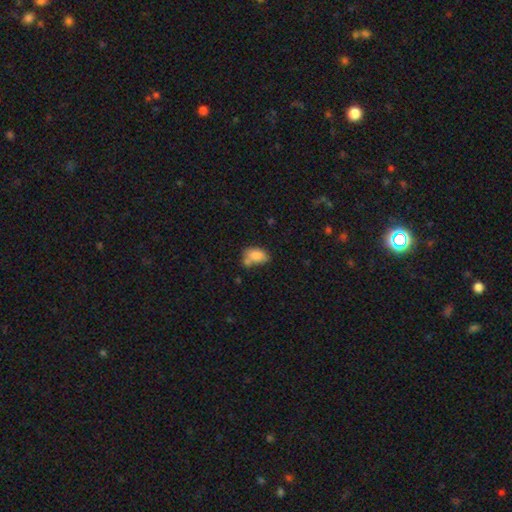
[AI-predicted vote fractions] smooth_or_featured: smooth (p=0.82) [alt: featured or disk p=0.10]
how_rounded: in between (p=0.88) [alt: round p=0.10]
merging: none (p=0.44) [alt: merger p=0.27]